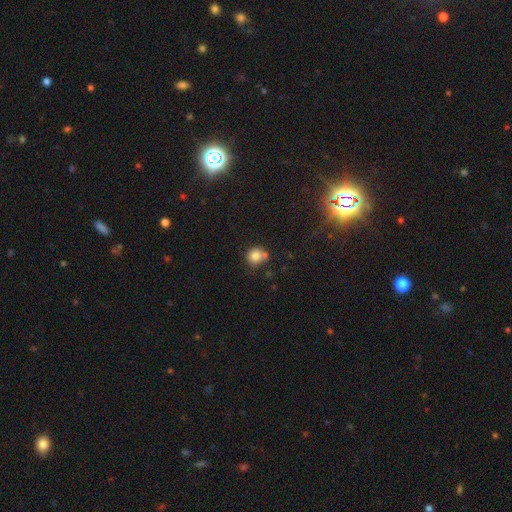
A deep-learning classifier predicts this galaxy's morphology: Smooth or featured: smooth — 81% (star or artifact — 11%)
How rounded: round — 84% (in between — 15%)
Merging: none — 59% (merger — 20%)